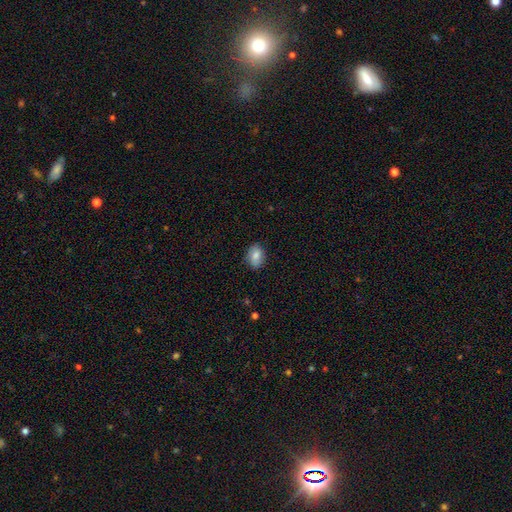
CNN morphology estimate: smooth_or_featured: smooth (p=0.77) [alt: featured or disk p=0.15]
how_rounded: in between (p=0.73) [alt: round p=0.26]
merging: none (p=0.82) [alt: minor disturbance p=0.14]